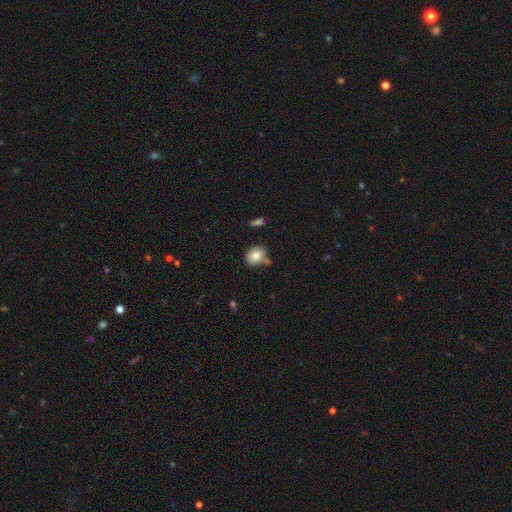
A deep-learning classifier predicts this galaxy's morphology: smooth_or_featured: smooth (p=0.83) [alt: star or artifact p=0.09]
how_rounded: round (p=0.59) [alt: in between p=0.40]
merging: none (p=0.71) [alt: minor disturbance p=0.15]